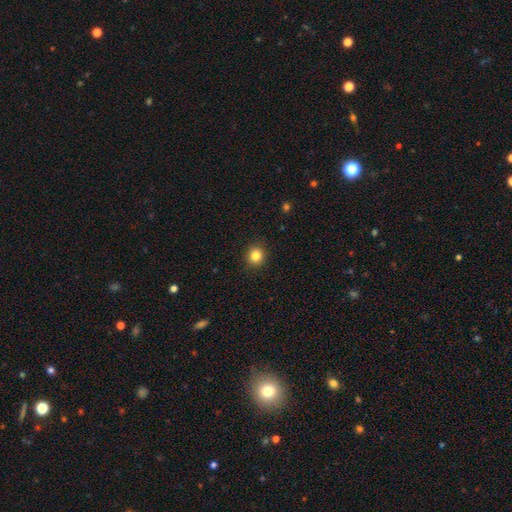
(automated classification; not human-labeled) Smooth or featured?
  - smooth: 83% *
  - star or artifact: 12%
  - featured or disk: 5%
How rounded?
  - round: 89% *
  - in between: 10%
  - cigar-shaped: 1%
Merging?
  - none: 92% *
  - minor disturbance: 5%
  - major disturbance: 2%
  - merger: 1%